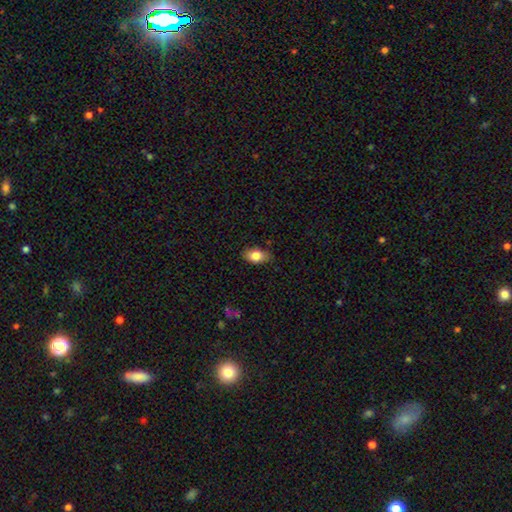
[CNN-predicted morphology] The model was most divided on "merging": none: 76%, minor disturbance: 19%, major disturbance: 4%, merger: 1%. More confident: how rounded — in between (86%); smooth or featured — smooth (82%).